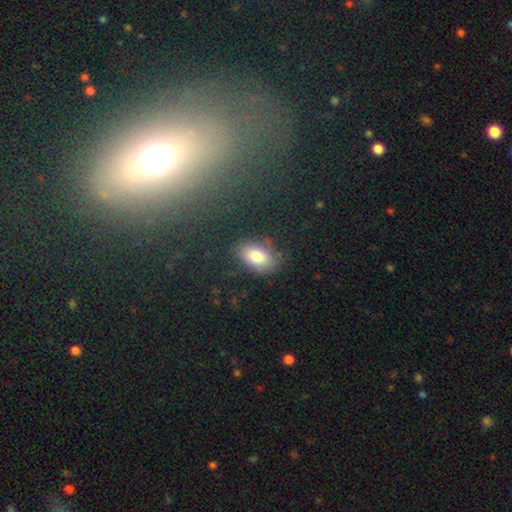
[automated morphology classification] This appears to be a smooth galaxy with no disk features (81%) that is in between round and cigar-shaped (89%). Merging: none (75%).